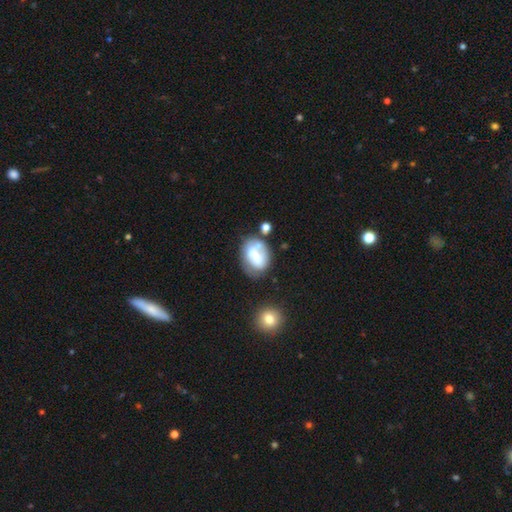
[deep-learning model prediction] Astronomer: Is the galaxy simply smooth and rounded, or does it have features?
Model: smooth — 54% (runner-up: featured or disk, 37%).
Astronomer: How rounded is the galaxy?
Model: in between — 76%.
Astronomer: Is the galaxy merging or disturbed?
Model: none — 43% (runner-up: minor disturbance, 26%).